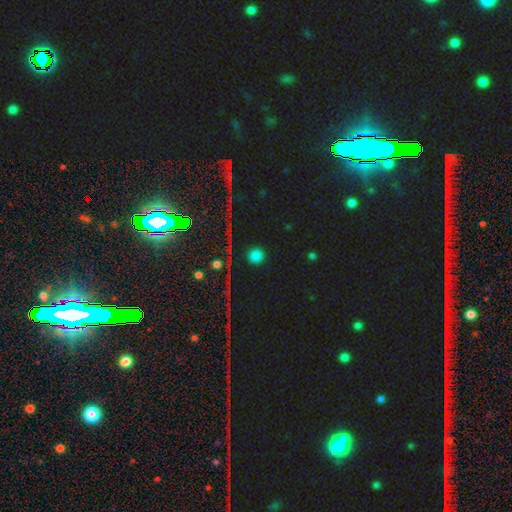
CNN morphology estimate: smooth_or_featured: smooth (p=0.64) [alt: star or artifact p=0.31]
how_rounded: round (p=0.95) [alt: in between p=0.04]
merging: none (p=0.91) [alt: minor disturbance p=0.06]